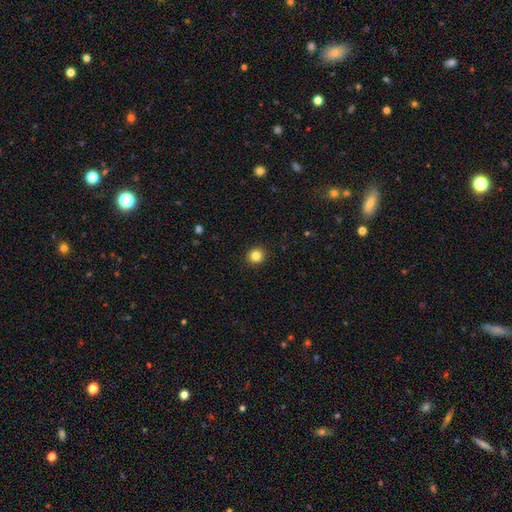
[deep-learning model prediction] Smooth or featured? smooth (84%)
How rounded? round (92%)
Merging? none (93%)